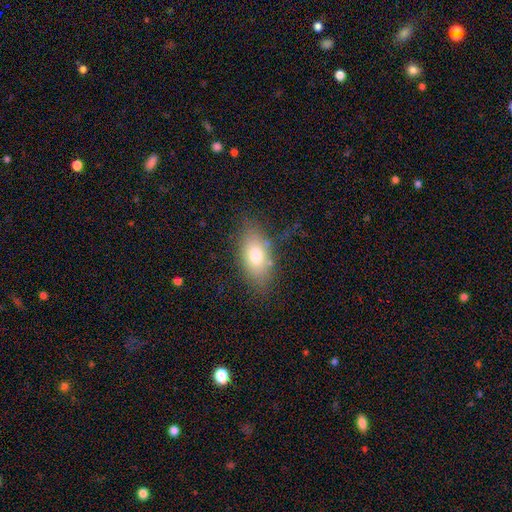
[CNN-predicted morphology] smooth 73%, featured or disk 18%, star or artifact 9%. Down the decision tree: how rounded — in between (86%); merging — none (76%).